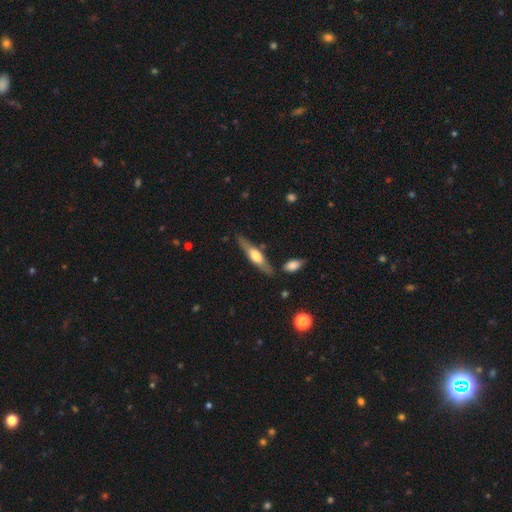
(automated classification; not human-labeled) Q: Smooth or featured?
A: featured or disk (54%); runner-up: smooth (41%)
Q: Edge-on disk?
A: yes (90%); runner-up: no (10%)
Q: Merging?
A: none (78%); runner-up: minor disturbance (13%)